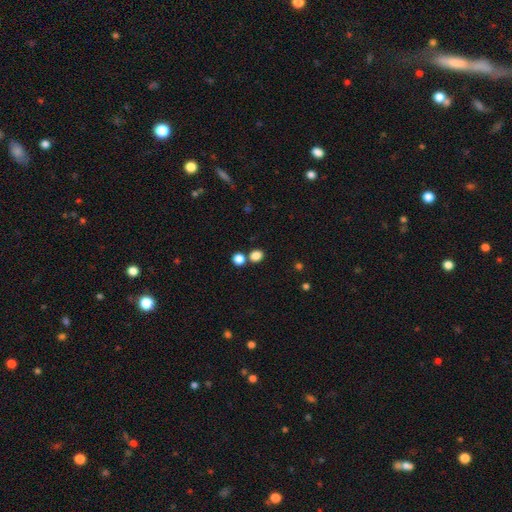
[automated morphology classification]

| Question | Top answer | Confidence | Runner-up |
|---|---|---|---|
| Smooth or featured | smooth | 83% | star or artifact (13%) |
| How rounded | round | 62% | in between (37%) |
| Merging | none | 69% | merger (19%) |